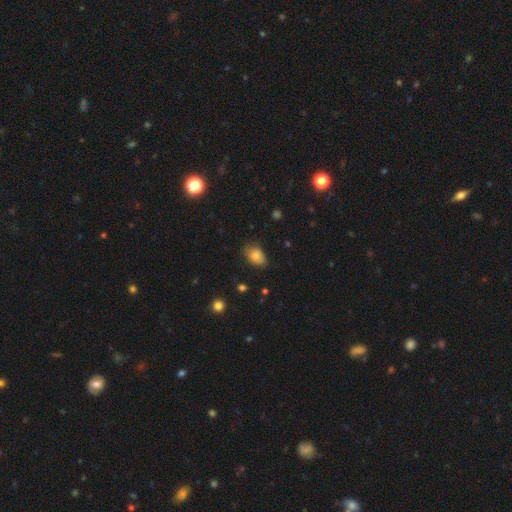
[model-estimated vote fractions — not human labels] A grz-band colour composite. It shows a smooth galaxy with no disk features (77%) that is in between round and cigar-shaped (80%). Merging: none (74%).